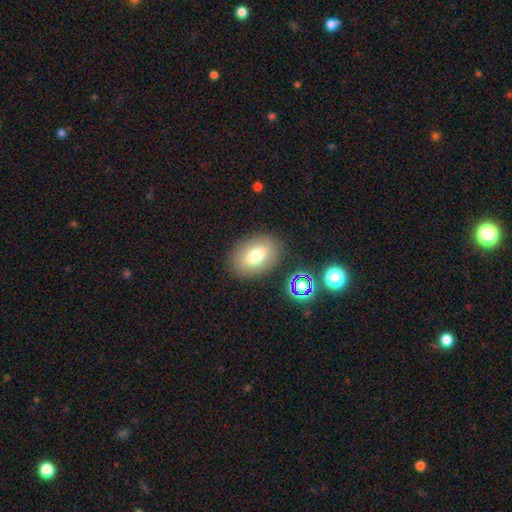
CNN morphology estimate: smooth 71%, featured or disk 19%, star or artifact 10%. Down the decision tree: how rounded — in between (83%); merging — none (84%).